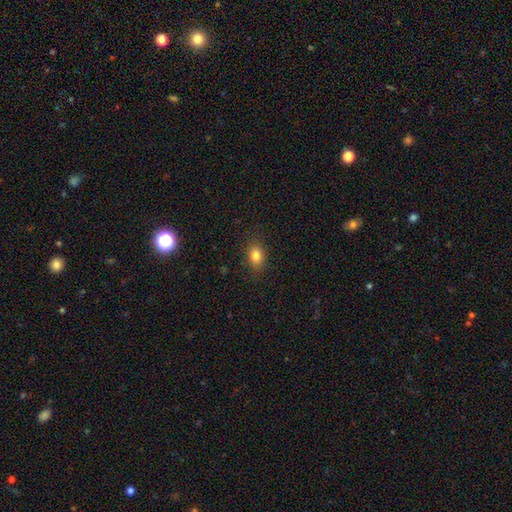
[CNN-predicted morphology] smooth-or-featured: smooth: 82% | star or artifact: 11% | featured or disk: 7%
  how-rounded: in between: 68% | round: 31% | cigar-shaped: 1%
  merging: none: 86% | minor disturbance: 10% | major disturbance: 3% | merger: 1%